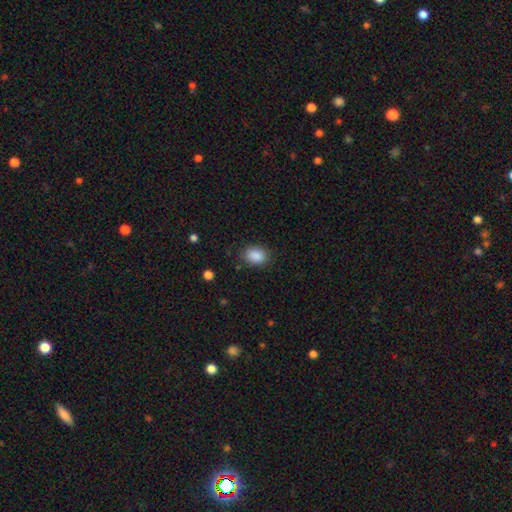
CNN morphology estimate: Q: Smooth or featured?
A: smooth (88%); runner-up: star or artifact (8%)
Q: How rounded?
A: in between (71%); runner-up: round (28%)
Q: Merging?
A: none (84%); runner-up: minor disturbance (11%)